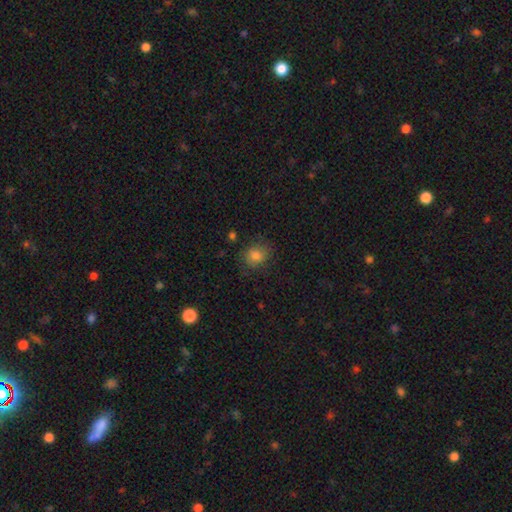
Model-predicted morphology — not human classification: Smooth or featured? Predicted: smooth (p=0.81). How rounded? Predicted: round (p=0.63). Merging? Predicted: none (p=0.79).